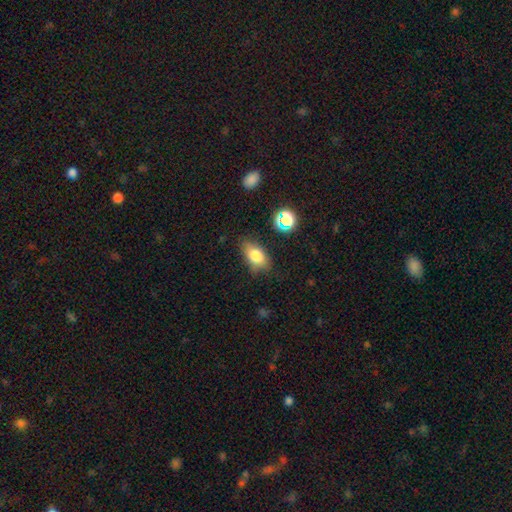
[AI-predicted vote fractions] A smooth galaxy with no disk features (78%) that is in between round and cigar-shaped (86%).

Vote fractions:
- Smooth or featured? smooth: 78% / featured or disk: 11% / star or artifact: 11%
- How rounded? in between: 86% / round: 9% / cigar-shaped: 5%
- Merging? none: 75% / minor disturbance: 18% / major disturbance: 4% / merger: 2%